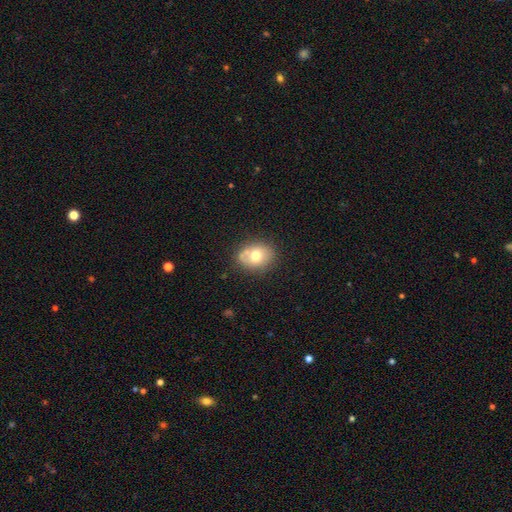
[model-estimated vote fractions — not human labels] smooth-or-featured: smooth: 68% | featured or disk: 22% | star or artifact: 9%
  how-rounded: in between: 52% | round: 47% | cigar-shaped: 1%
  merging: none: 65% | minor disturbance: 20% | merger: 9% | major disturbance: 5%